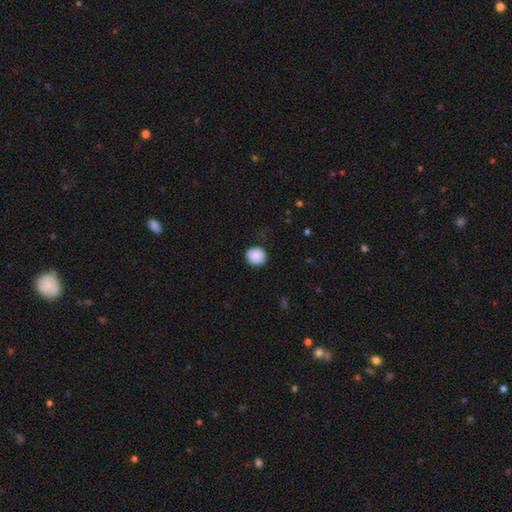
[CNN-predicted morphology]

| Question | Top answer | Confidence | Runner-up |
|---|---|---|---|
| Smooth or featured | smooth | 89% | star or artifact (7%) |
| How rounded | round | 84% | in between (16%) |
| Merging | none | 86% | minor disturbance (10%) |